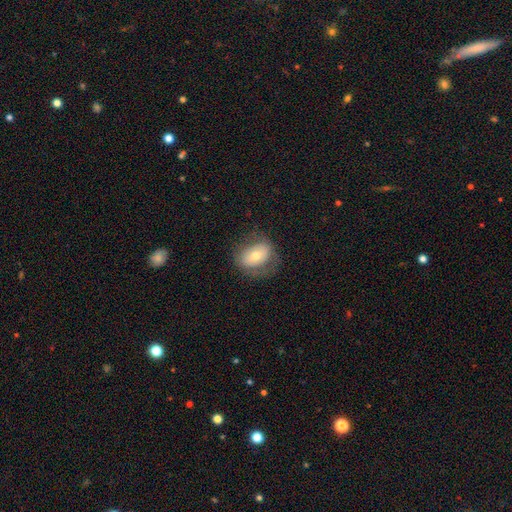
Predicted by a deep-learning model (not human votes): A smooth galaxy with no disk features (61%) that is in between round and cigar-shaped (74%).

Vote fractions:
- Smooth or featured? smooth: 61% / featured or disk: 31% / star or artifact: 8%
- How rounded? in between: 74% / round: 25% / cigar-shaped: 1%
- Merging? none: 65% / minor disturbance: 21% / major disturbance: 12% / merger: 1%